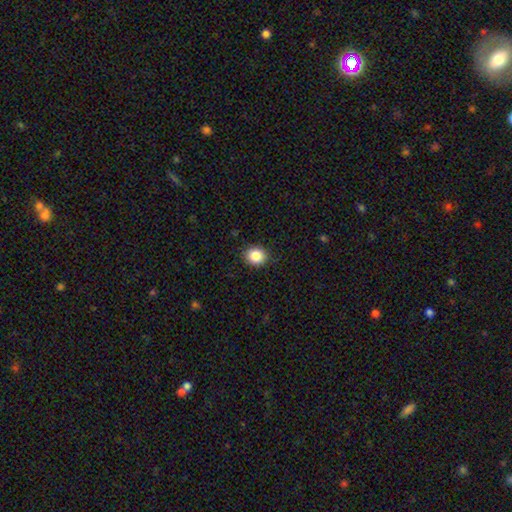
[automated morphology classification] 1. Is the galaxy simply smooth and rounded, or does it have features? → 86% smooth, 10% star or artifact, 4% featured or disk.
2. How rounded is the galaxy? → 76% round, 23% in between, 1% cigar-shaped.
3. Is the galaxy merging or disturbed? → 89% none, 8% minor disturbance, 2% major disturbance, 1% merger.